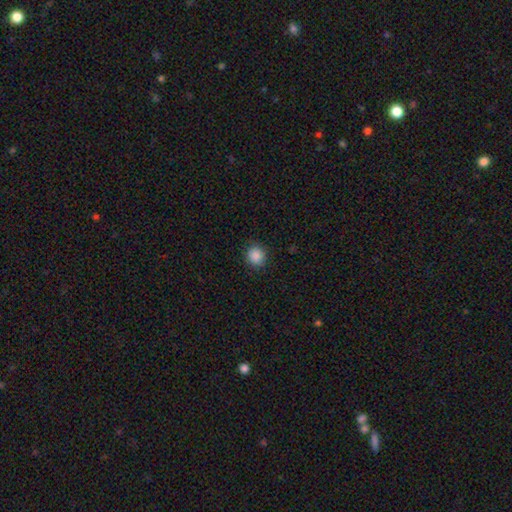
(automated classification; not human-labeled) A smooth galaxy with no disk features (88%) that is round (86%).

Vote fractions:
- Smooth or featured? smooth: 88% / star or artifact: 9% / featured or disk: 2%
- How rounded? round: 86% / in between: 13% / cigar-shaped: 1%
- Merging? none: 90% / minor disturbance: 7% / major disturbance: 2% / merger: 1%